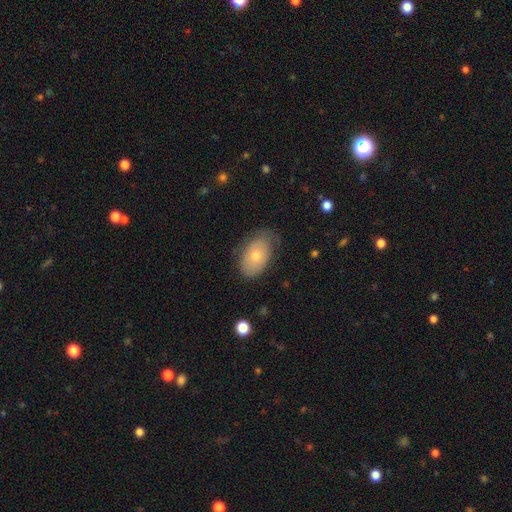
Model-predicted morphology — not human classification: A smooth galaxy with no disk features (60%) that is in between round and cigar-shaped (89%). Merging: none (64%).